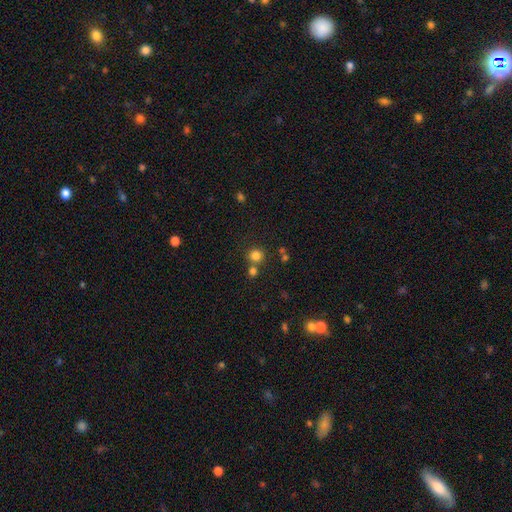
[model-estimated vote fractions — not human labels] The model was most divided on "merging": none: 70%, merger: 20%, minor disturbance: 7%, major disturbance: 3%. More confident: how rounded — round (91%); smooth or featured — smooth (79%).